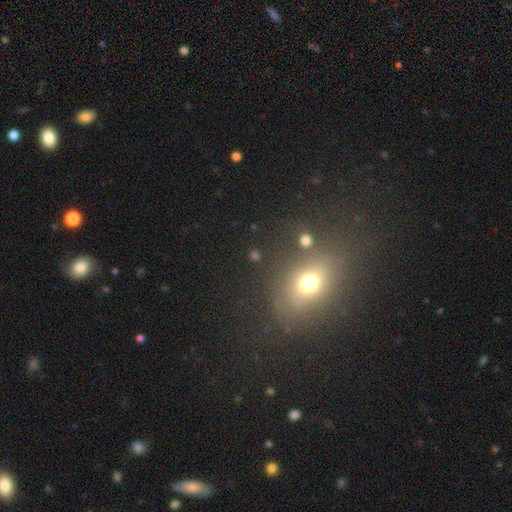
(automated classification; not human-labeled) smooth_or_featured: smooth (p=0.56) [alt: star or artifact p=0.29]
how_rounded: round (p=0.51) [alt: in between p=0.45]
merging: none (p=0.75) [alt: minor disturbance p=0.12]